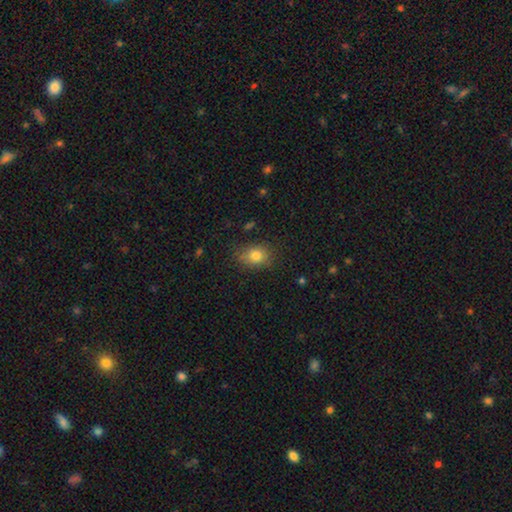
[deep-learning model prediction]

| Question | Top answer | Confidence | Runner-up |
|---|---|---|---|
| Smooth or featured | smooth | 80% | star or artifact (11%) |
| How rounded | in between | 57% | round (41%) |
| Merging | none | 74% | minor disturbance (19%) |